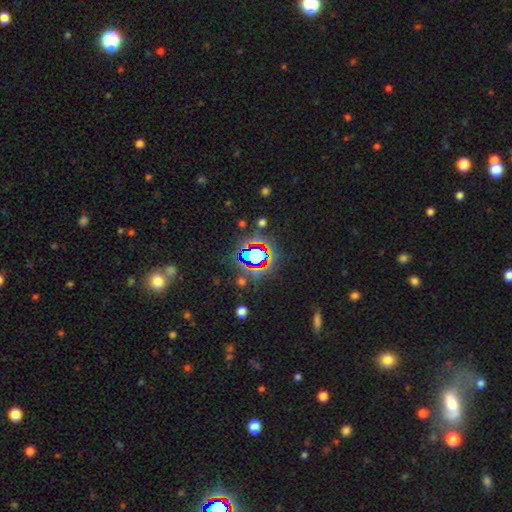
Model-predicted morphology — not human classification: Smooth or featured? Predicted: star or artifact (p=0.61).